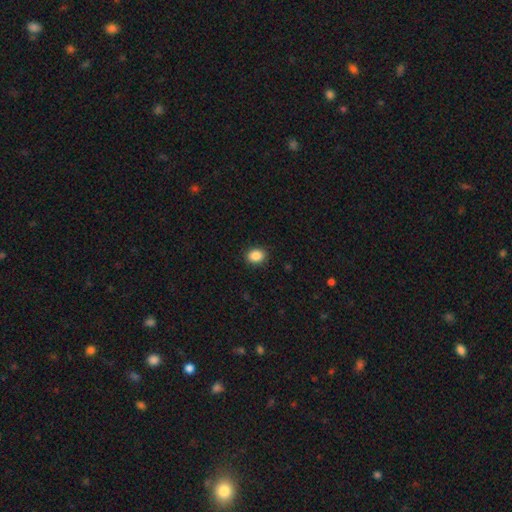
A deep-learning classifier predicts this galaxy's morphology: Smooth or featured: smooth — 88% (star or artifact — 9%)
How rounded: in between — 51% (round — 48%)
Merging: none — 90% (minor disturbance — 7%)